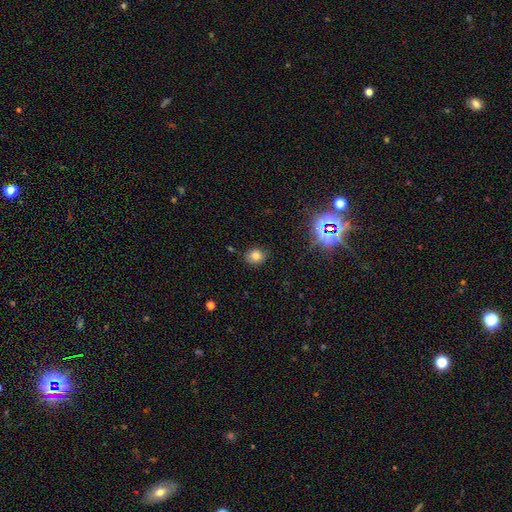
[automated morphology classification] Smooth or featured? Predicted: smooth (p=0.77). How rounded? Predicted: round (p=0.68). Merging? Predicted: none (p=0.82).